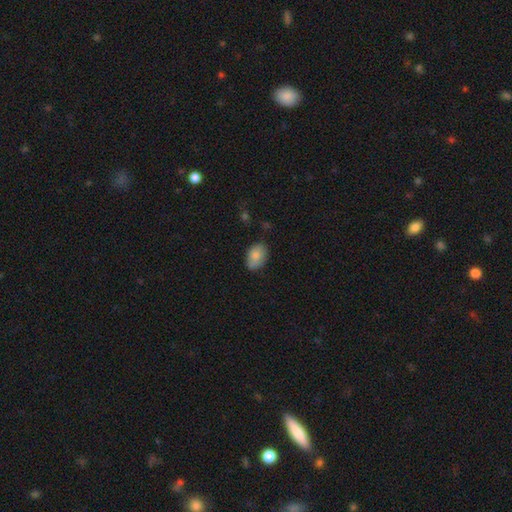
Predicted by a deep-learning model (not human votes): Overall: smooth (82%). How rounded: in between (86%). Merging: none (75%).